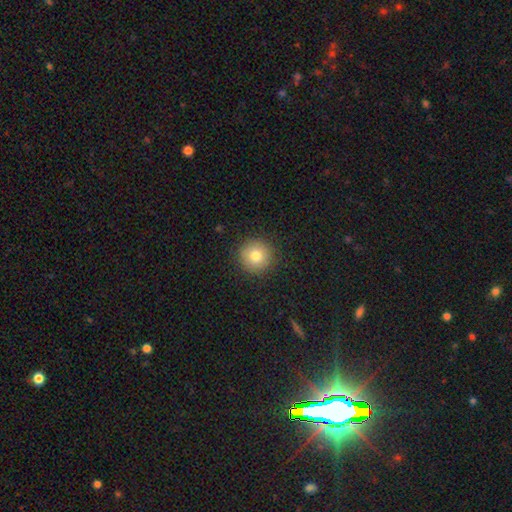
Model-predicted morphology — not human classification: type=smooth (80%); roundness=round (95%); merging=none (90%).